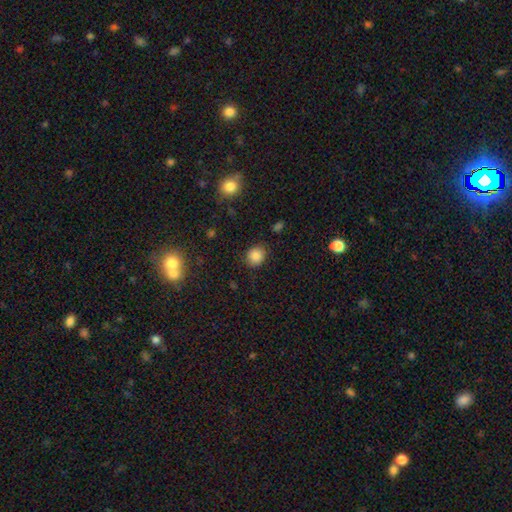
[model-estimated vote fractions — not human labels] Smooth or featured?
  - smooth: 84% *
  - star or artifact: 11%
  - featured or disk: 5%
How rounded?
  - round: 77% *
  - in between: 22%
  - cigar-shaped: 1%
Merging?
  - none: 82% *
  - minor disturbance: 13%
  - major disturbance: 3%
  - merger: 1%